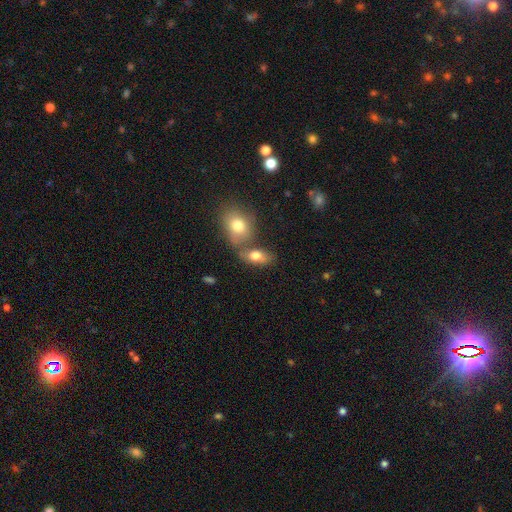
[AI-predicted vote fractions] A smooth galaxy with no disk features (75%) that is in between round and cigar-shaped (83%).

Vote fractions:
- Smooth or featured? smooth: 75% / featured or disk: 15% / star or artifact: 9%
- How rounded? in between: 83% / round: 14% / cigar-shaped: 3%
- Merging? merger: 43% / none: 40% / minor disturbance: 12% / major disturbance: 5%